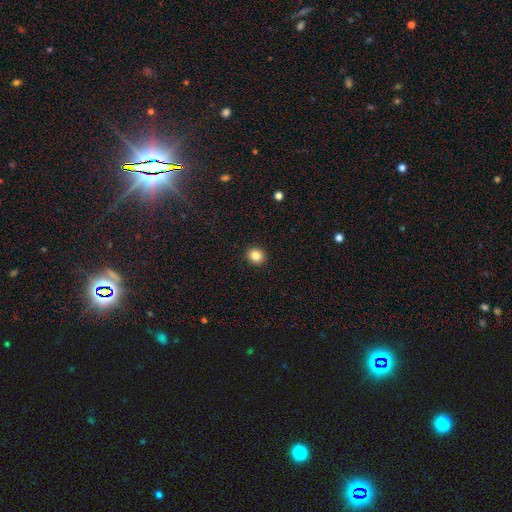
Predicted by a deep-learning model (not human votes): Smooth or featured: smooth — 85% (star or artifact — 10%)
How rounded: round — 78% (in between — 21%)
Merging: none — 92% (minor disturbance — 5%)